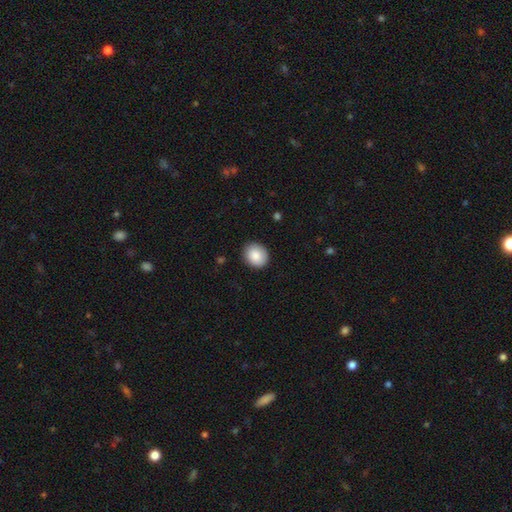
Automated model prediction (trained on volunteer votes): Smooth or featured? Predicted: smooth (p=0.88). How rounded? Predicted: round (p=0.67). Merging? Predicted: none (p=0.89).